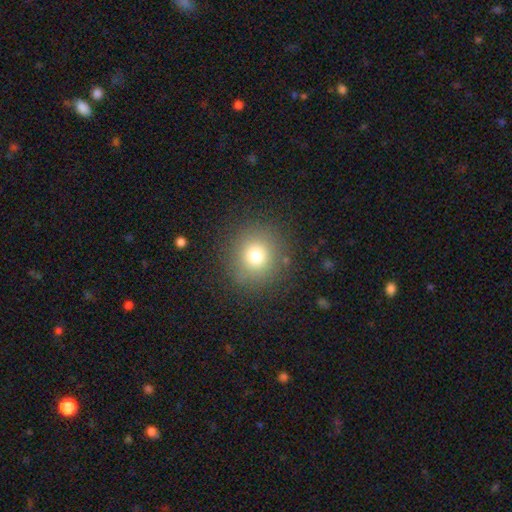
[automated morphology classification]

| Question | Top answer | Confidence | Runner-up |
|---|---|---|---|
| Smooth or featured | smooth | 75% | star or artifact (15%) |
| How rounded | round | 91% | in between (8%) |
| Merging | none | 87% | minor disturbance (8%) |